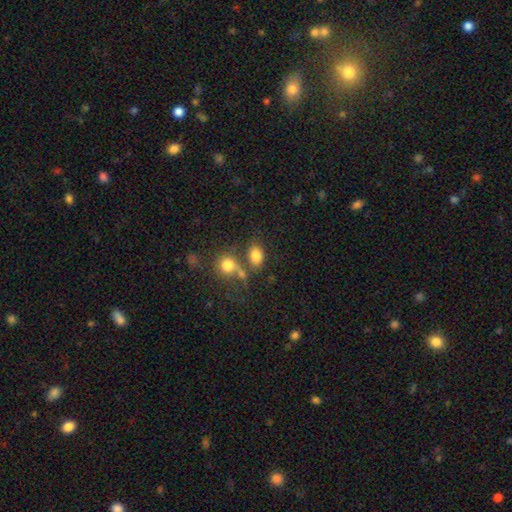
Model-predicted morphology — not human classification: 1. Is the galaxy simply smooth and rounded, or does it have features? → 81% smooth, 11% star or artifact, 8% featured or disk.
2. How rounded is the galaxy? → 78% in between, 20% round, 2% cigar-shaped.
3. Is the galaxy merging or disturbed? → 55% none, 26% merger, 13% minor disturbance, 7% major disturbance.